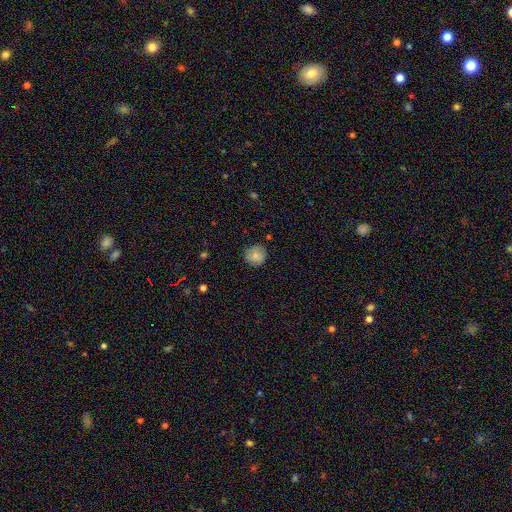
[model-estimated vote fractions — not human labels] Overall: smooth (78%). How rounded: round (93%). Merging: none (85%).